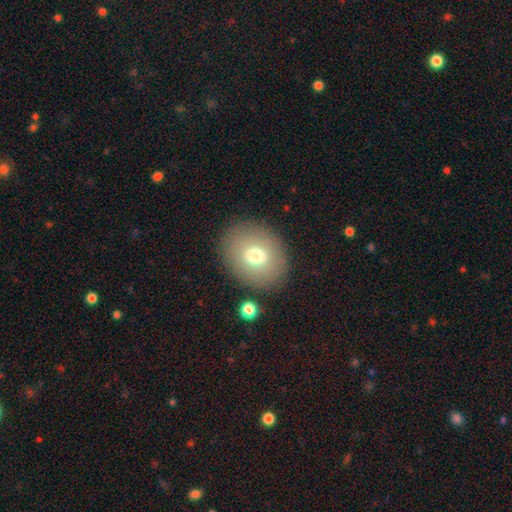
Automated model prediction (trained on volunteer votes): This is likely a smooth galaxy (72%). How rounded: possibly round (52%). Merging: clearly none (85%).